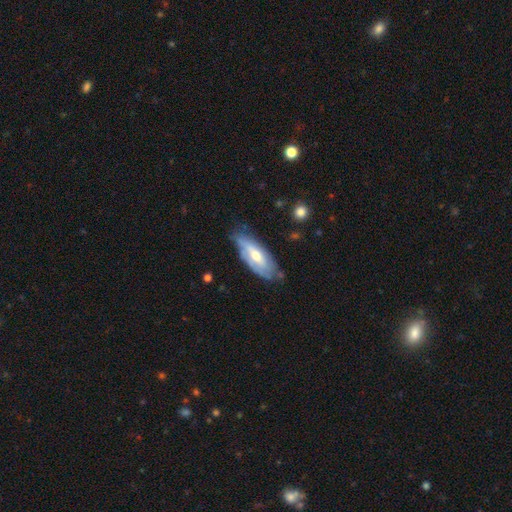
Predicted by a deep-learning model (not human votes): Morphology: type=featured or disk (55%); edge-on=no (75%); merging=none (64%).